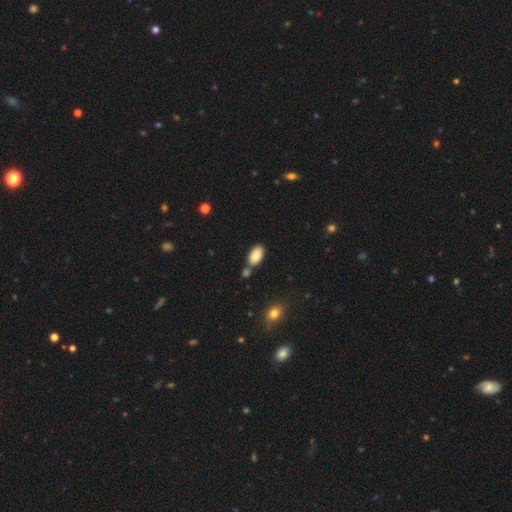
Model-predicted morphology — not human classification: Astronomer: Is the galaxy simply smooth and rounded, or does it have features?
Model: smooth — 86%.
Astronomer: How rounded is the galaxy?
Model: in between — 94%.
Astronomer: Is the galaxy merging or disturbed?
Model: none — 71%.